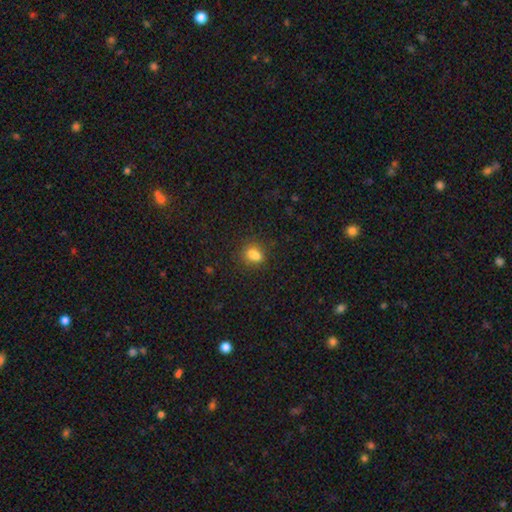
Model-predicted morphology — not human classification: smooth-or-featured: smooth: 79% | star or artifact: 14% | featured or disk: 7%
  how-rounded: in between: 66% | round: 27% | cigar-shaped: 7%
  merging: none: 75% | minor disturbance: 15% | major disturbance: 5% | merger: 4%